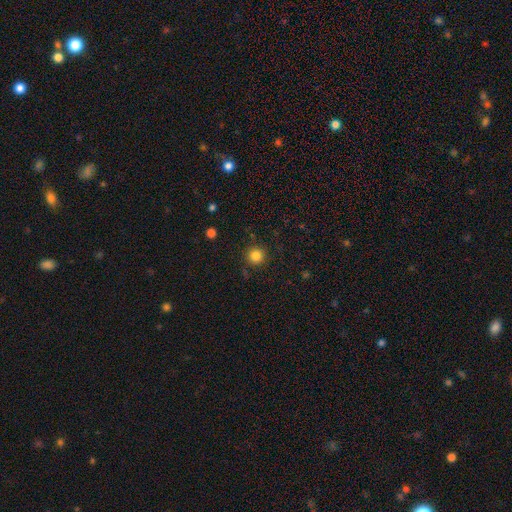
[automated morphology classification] This appears to be a smooth galaxy with no disk features (83%) that is round (95%). Merging: none (88%).